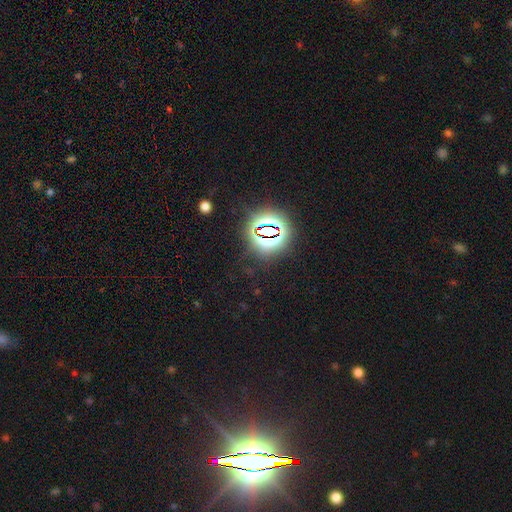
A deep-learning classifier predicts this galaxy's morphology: smooth-or-featured: star or artifact: 84% | smooth: 9% | featured or disk: 7%